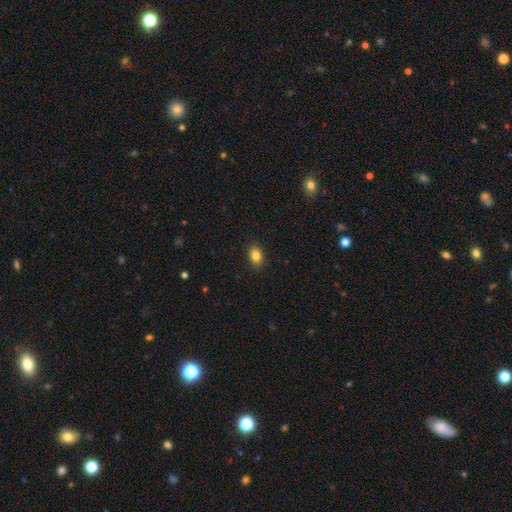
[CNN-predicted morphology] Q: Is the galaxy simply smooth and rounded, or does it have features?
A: smooth — 86%.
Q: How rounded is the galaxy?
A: in between — 81%.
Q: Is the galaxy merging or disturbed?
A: none — 89%.